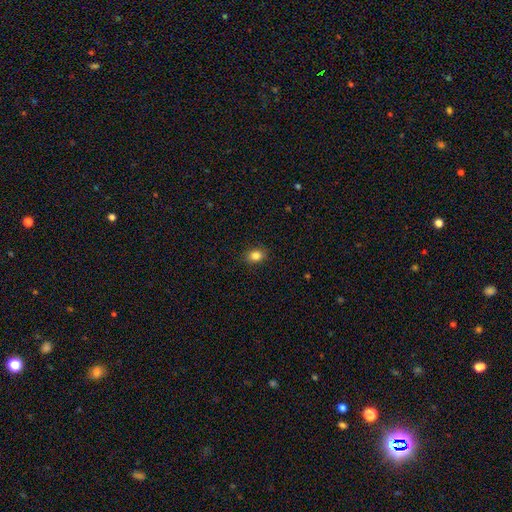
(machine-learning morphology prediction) This appears to be a smooth galaxy with no disk features (84%) that is in between round and cigar-shaped (67%). Merging: none (89%).